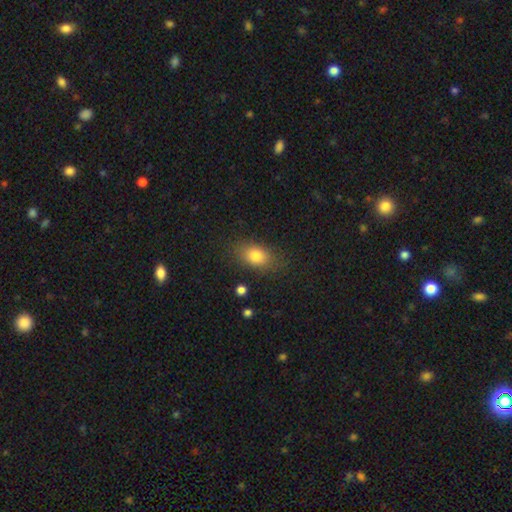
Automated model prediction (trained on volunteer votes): A smooth galaxy with no disk features (82%) that is in between round and cigar-shaped (80%). Merging: none (79%).